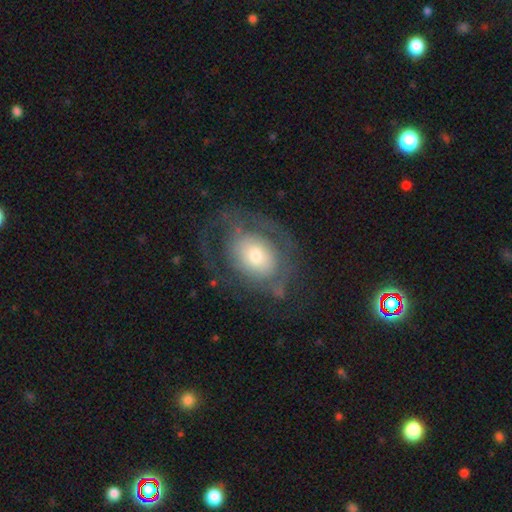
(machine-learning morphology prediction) smooth-or-featured: featured or disk: 65% | smooth: 29% | star or artifact: 7%
  disk-edge-on: no: 96% | yes: 4%
    bar: no: 76% | weak: 19% | strong: 5%
    has-spiral-arms: yes: 70% | no: 30%
    bulge-size: moderate: 43% | small: 37% | large: 15% | dominant: 3% | none: 2%
  merging: none: 51% | major disturbance: 28% | minor disturbance: 19% | merger: 2%